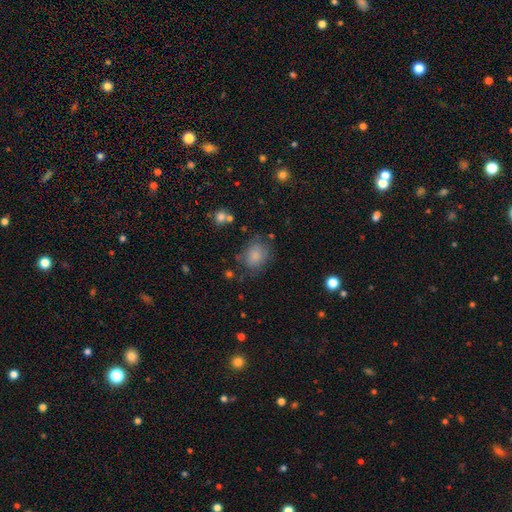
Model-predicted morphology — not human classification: This is likely a smooth galaxy (78%). How rounded: possibly round (57%). Merging: likely none (65%).